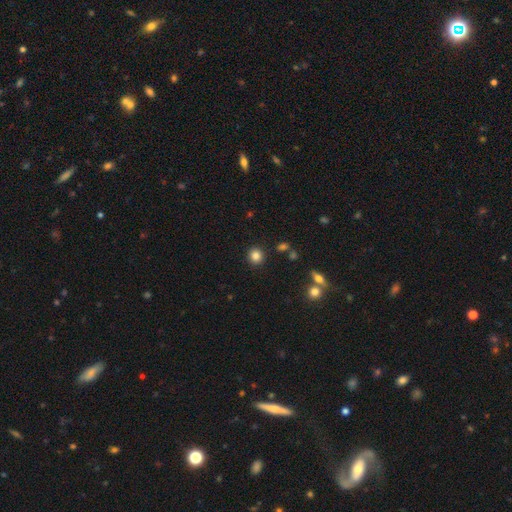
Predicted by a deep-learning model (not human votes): A smooth galaxy with no disk features (84%) that is round (90%).

Vote fractions:
- Smooth or featured? smooth: 84% / star or artifact: 11% / featured or disk: 5%
- How rounded? round: 90% / in between: 9% / cigar-shaped: 1%
- Merging? none: 90% / minor disturbance: 6% / merger: 2% / major disturbance: 2%